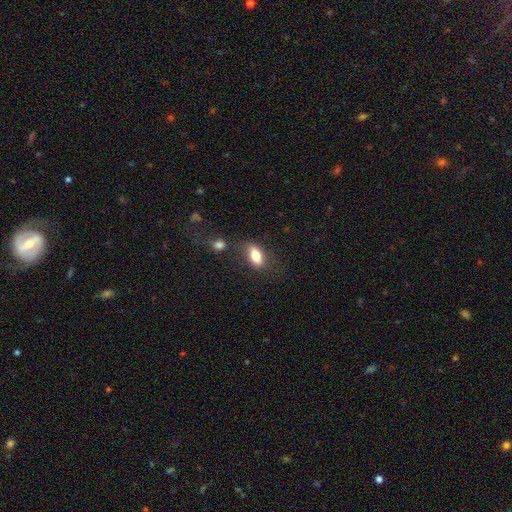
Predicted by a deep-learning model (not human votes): The model was most divided on "merging": none: 62%, minor disturbance: 17%, merger: 13%, major disturbance: 8%. More confident: how rounded — in between (86%); smooth or featured — smooth (79%).